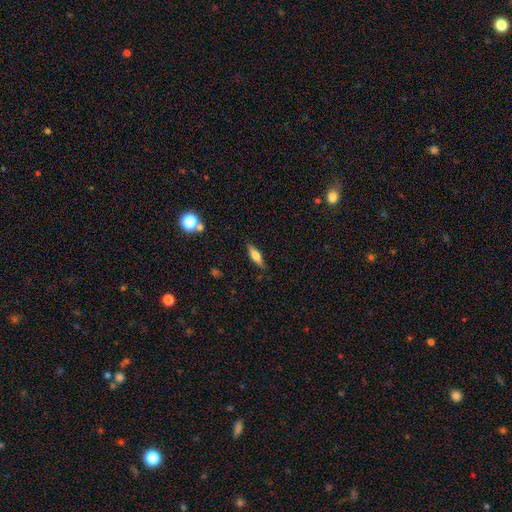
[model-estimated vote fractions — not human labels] smooth_or_featured: smooth (p=0.57) [alt: featured or disk p=0.36]
how_rounded: cigar-shaped (p=0.54) [alt: in between p=0.43]
merging: none (p=0.85) [alt: minor disturbance p=0.11]